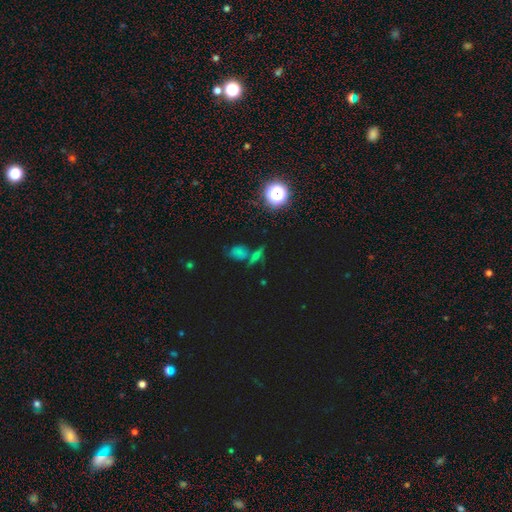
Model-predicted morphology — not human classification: Smooth or featured? Predicted: star or artifact (p=0.38).